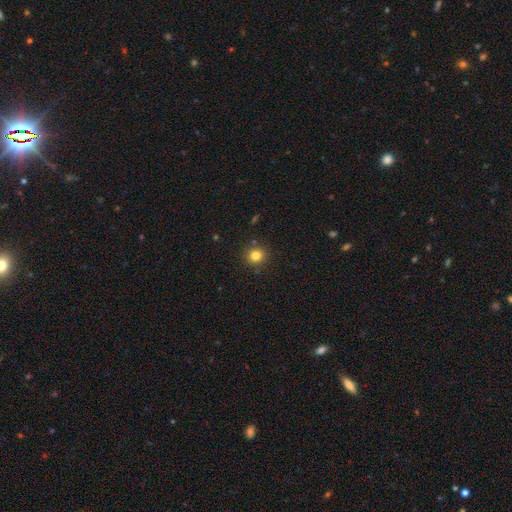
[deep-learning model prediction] A smooth galaxy with no disk features (81%) that is round (88%).

Vote fractions:
- Smooth or featured? smooth: 81% / star or artifact: 13% / featured or disk: 6%
- How rounded? round: 88% / in between: 11% / cigar-shaped: 1%
- Merging? none: 87% / minor disturbance: 8% / merger: 3% / major disturbance: 2%